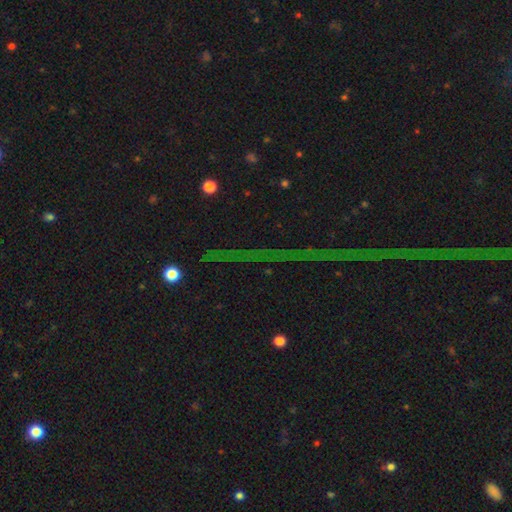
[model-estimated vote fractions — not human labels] The model was most divided on "smooth or featured": star or artifact: 83%, featured or disk: 9%, smooth: 8%.